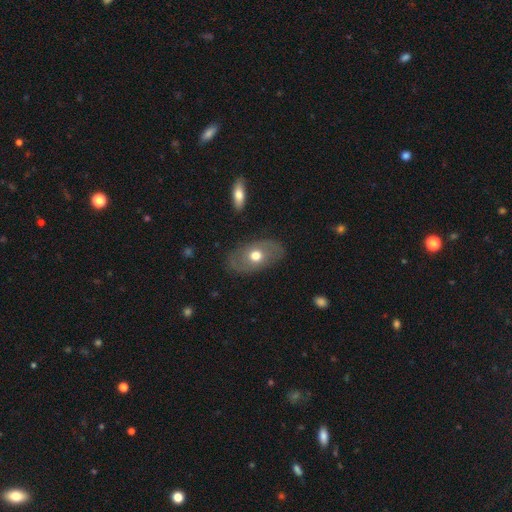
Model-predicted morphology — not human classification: Smooth or featured? Predicted: featured or disk (p=0.47). Merging? Predicted: none (p=0.81).